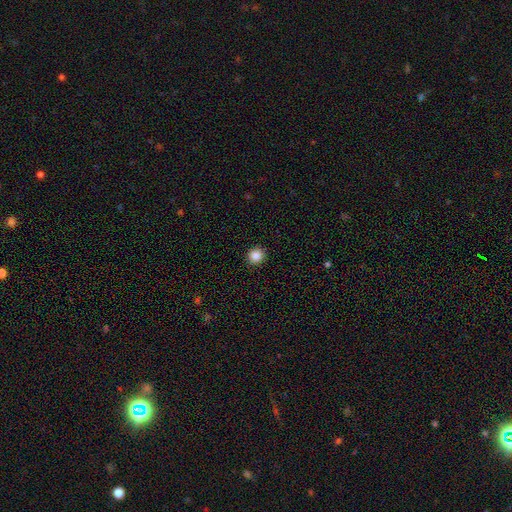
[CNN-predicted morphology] This is clearly a smooth galaxy (86%). How rounded: clearly round (91%). Merging: clearly none (93%).